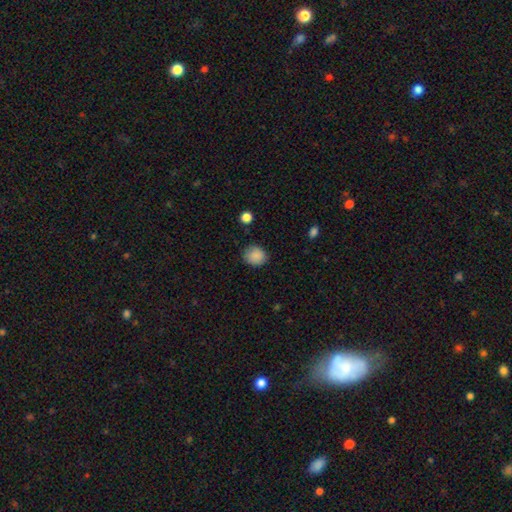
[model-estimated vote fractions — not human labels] Smooth or featured? smooth (88%)
How rounded? round (73%)
Merging? none (83%)